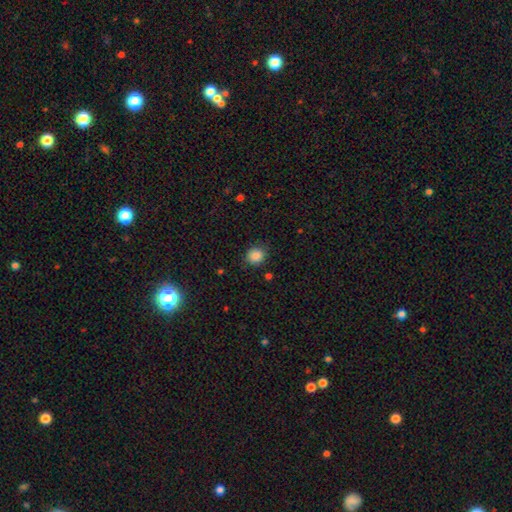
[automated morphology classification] This appears to be a smooth galaxy with no disk features (86%) that is round (82%). Merging: none (85%).